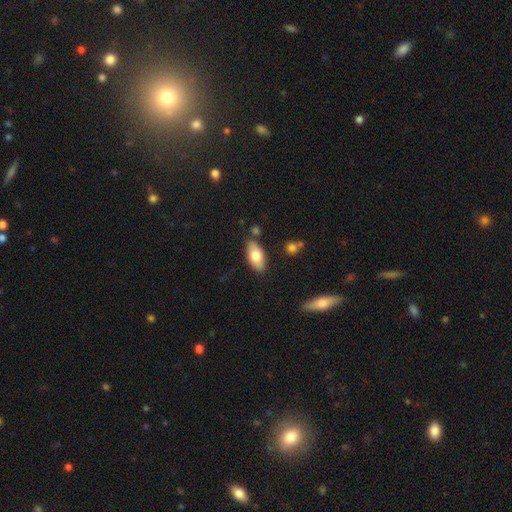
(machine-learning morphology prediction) This appears to be a smooth galaxy with no disk features (76%) that is in between round and cigar-shaped (88%). Merging: none (81%).